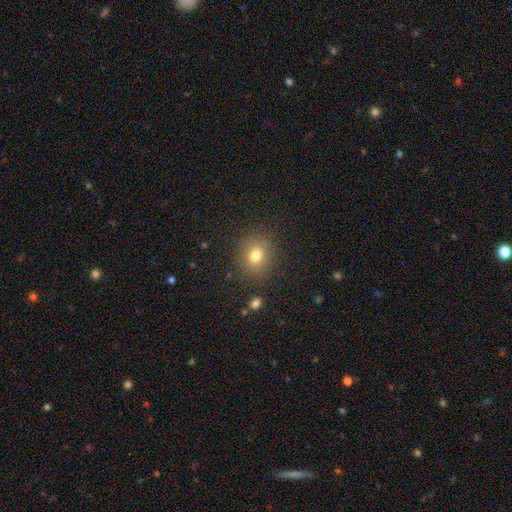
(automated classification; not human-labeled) smooth-or-featured: smooth: 77% | star or artifact: 14% | featured or disk: 9%
  how-rounded: round: 75% | in between: 24% | cigar-shaped: 1%
  merging: none: 85% | minor disturbance: 10% | major disturbance: 3% | merger: 2%